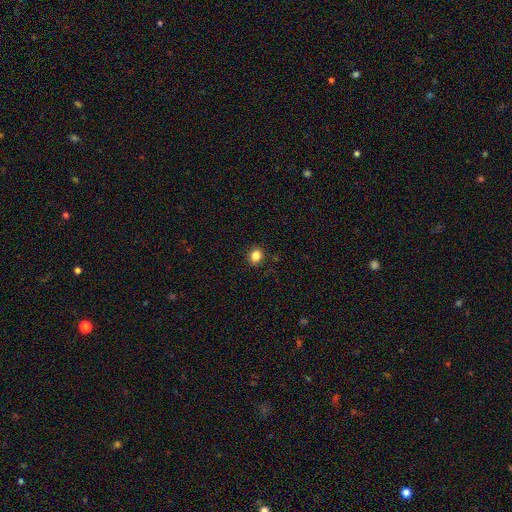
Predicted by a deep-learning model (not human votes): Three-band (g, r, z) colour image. It shows a smooth galaxy with no disk features (84%) that is round (71%). Merging: none (90%).